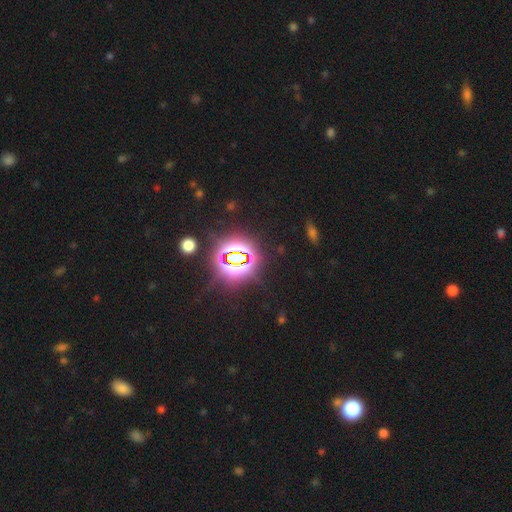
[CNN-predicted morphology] type=star or artifact (82%).